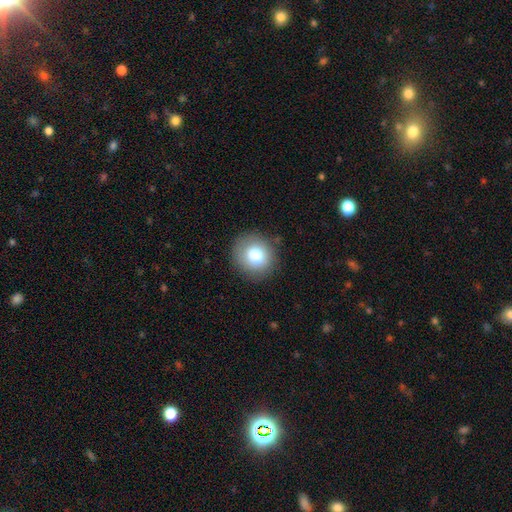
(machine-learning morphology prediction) The model was most divided on "smooth or featured": smooth: 78%, featured or disk: 12%, star or artifact: 10%. More confident: how rounded — round (86%); merging — none (86%).